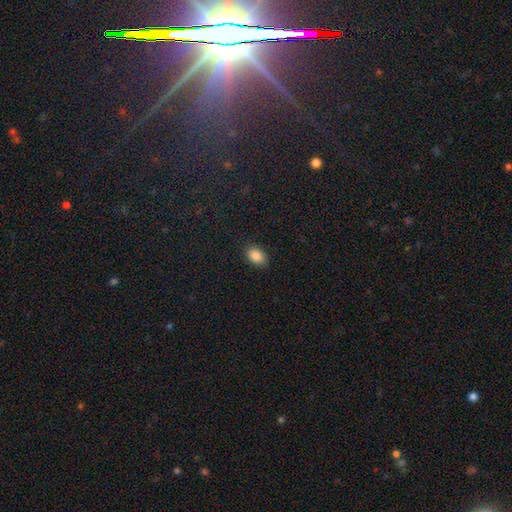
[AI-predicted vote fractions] smooth-or-featured: smooth: 87% | star or artifact: 9% | featured or disk: 4%
  how-rounded: in between: 83% | round: 16% | cigar-shaped: 1%
  merging: none: 87% | minor disturbance: 9% | major disturbance: 2% | merger: 1%